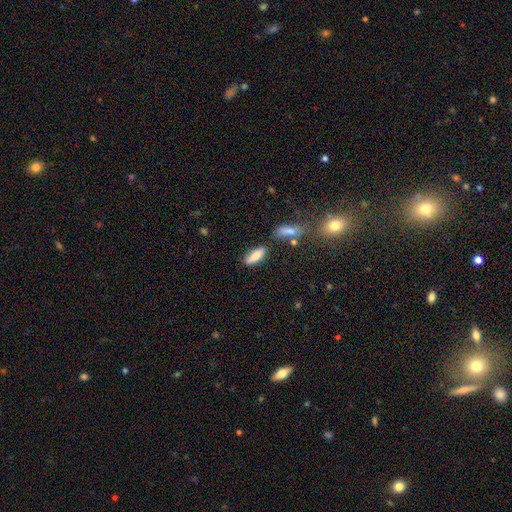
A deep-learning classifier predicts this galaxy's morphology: Q: Smooth or featured?
A: smooth (80%); runner-up: featured or disk (13%)
Q: How rounded?
A: in between (56%); runner-up: cigar-shaped (41%)
Q: Merging?
A: none (72%); runner-up: minor disturbance (15%)